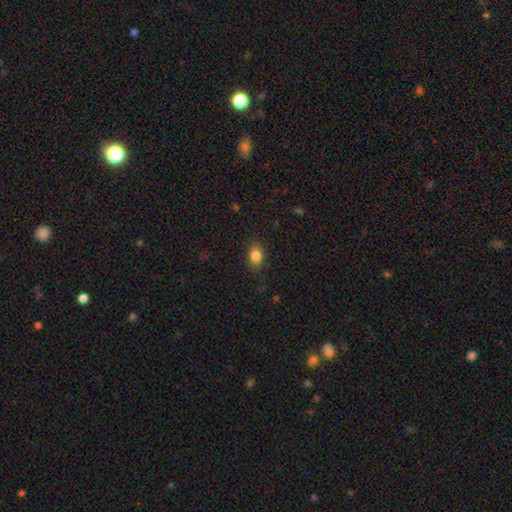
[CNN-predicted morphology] smooth_or_featured: smooth (p=0.84) [alt: star or artifact p=0.09]
how_rounded: in between (p=0.79) [alt: round p=0.19]
merging: none (p=0.86) [alt: minor disturbance p=0.11]